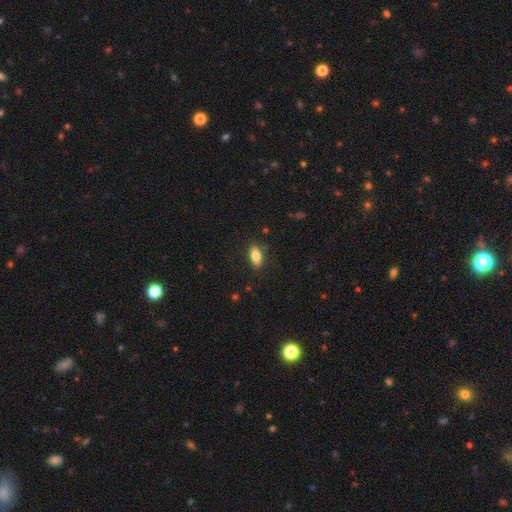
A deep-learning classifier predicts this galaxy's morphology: The model was most divided on "smooth or featured": smooth: 80%, featured or disk: 12%, star or artifact: 8%. More confident: merging — none (85%); how rounded — in between (83%).